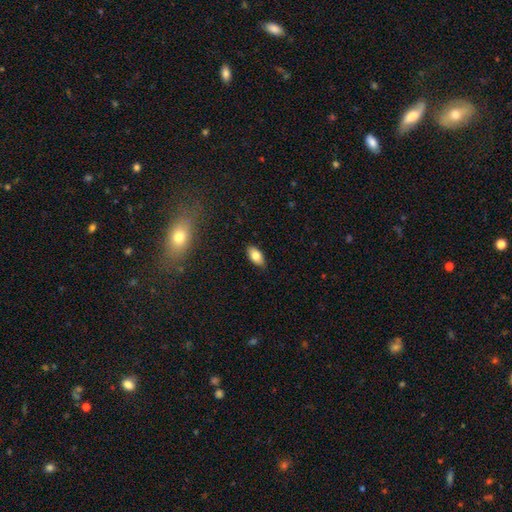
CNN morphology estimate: type=smooth (79%); roundness=in between (91%); merging=none (87%).